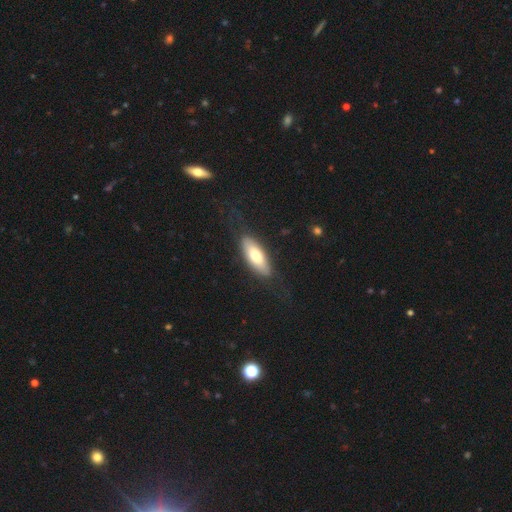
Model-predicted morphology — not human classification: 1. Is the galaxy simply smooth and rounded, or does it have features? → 70% smooth, 25% featured or disk, 5% star or artifact.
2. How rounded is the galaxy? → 71% in between, 27% cigar-shaped, 2% round.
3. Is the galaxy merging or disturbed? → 78% none, 15% minor disturbance, 6% major disturbance, 1% merger.